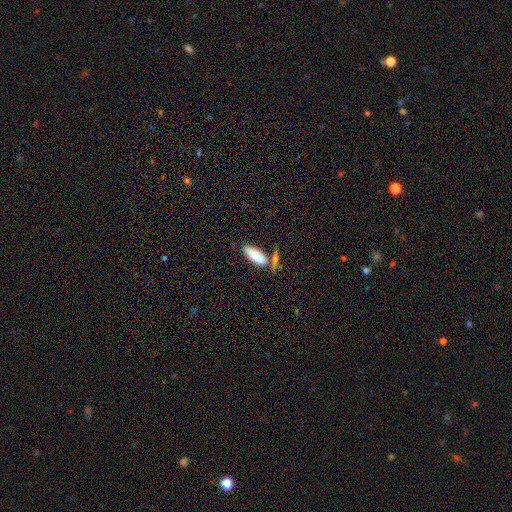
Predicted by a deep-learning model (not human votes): smooth-or-featured: smooth: 82% | featured or disk: 12% | star or artifact: 6%
  how-rounded: in between: 77% | cigar-shaped: 21% | round: 2%
  merging: none: 52% | merger: 26% | minor disturbance: 16% | major disturbance: 6%